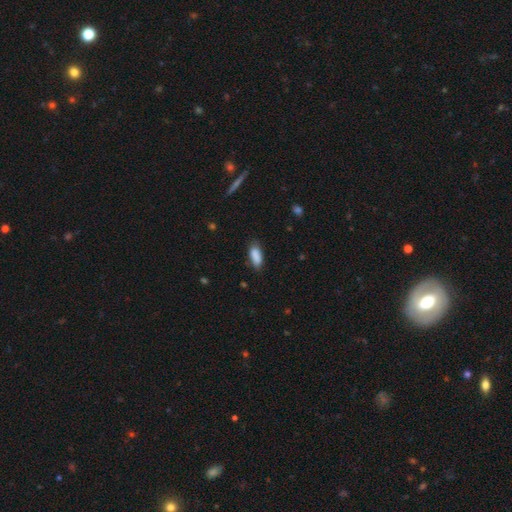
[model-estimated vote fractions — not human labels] Smooth or featured? smooth (88%)
How rounded? in between (81%)
Merging? none (74%)